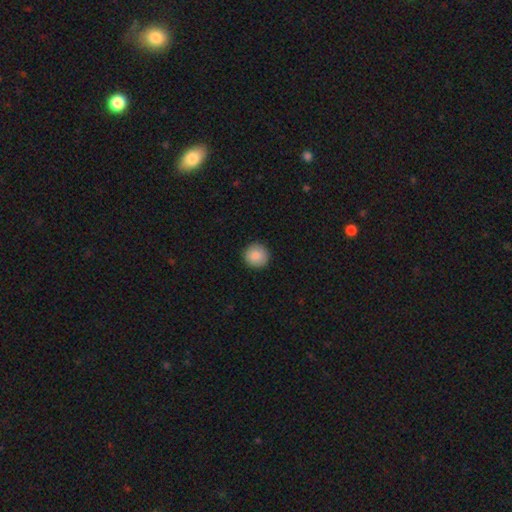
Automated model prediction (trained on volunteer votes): Smooth or featured: smooth — 87% (star or artifact — 8%)
How rounded: round — 94% (in between — 5%)
Merging: none — 92% (minor disturbance — 6%)